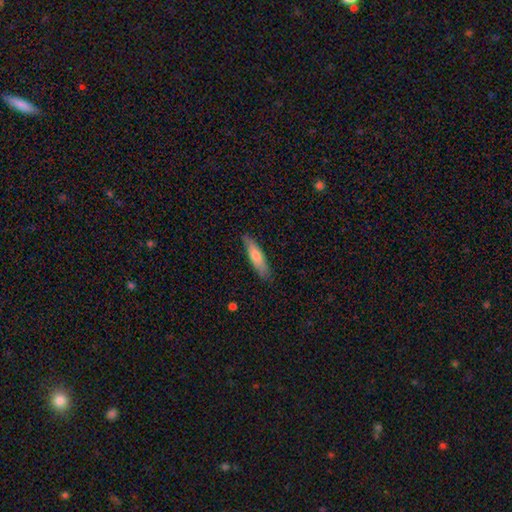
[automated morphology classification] Overall: smooth (69%). How rounded: cigar-shaped (73%). Merging: none (85%).